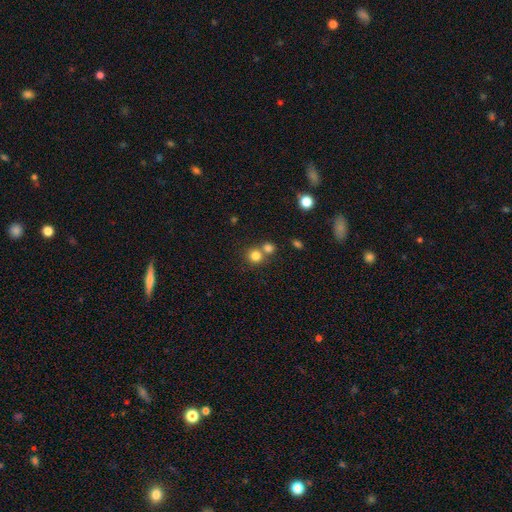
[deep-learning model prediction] This is clearly a smooth galaxy (80%). How rounded: clearly round (88%). Merging: possibly none (55%).